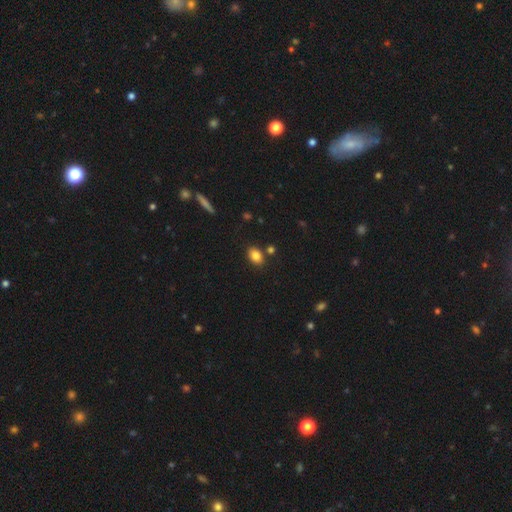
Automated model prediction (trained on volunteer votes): Smooth or featured: smooth — 84% (star or artifact — 9%)
How rounded: in between — 76% (round — 23%)
Merging: none — 80% (minor disturbance — 10%)